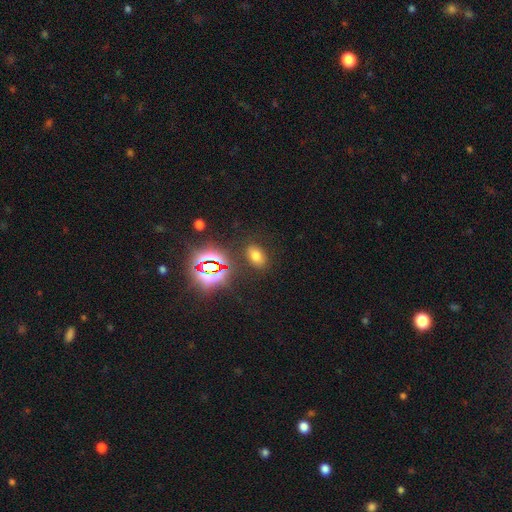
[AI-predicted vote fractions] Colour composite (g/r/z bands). It shows a smooth galaxy with no disk features (62%) that is in between round and cigar-shaped (84%). Merging: none (85%).